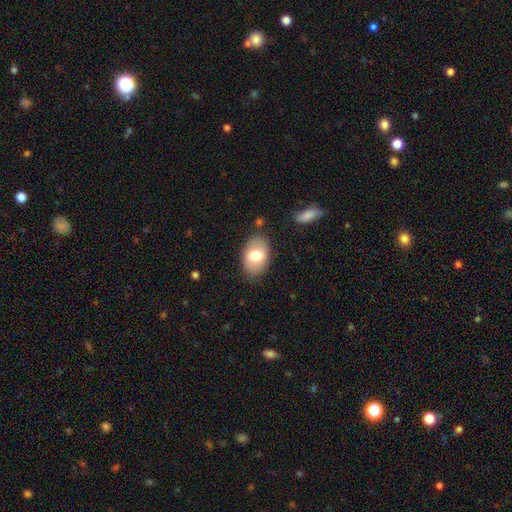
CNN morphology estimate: Smooth or featured? smooth (72%)
How rounded? in between (88%)
Merging? none (83%)